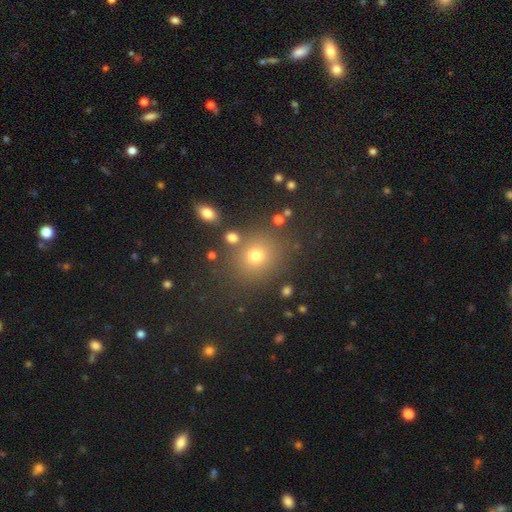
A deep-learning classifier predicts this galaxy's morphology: This is likely a smooth galaxy (70%). How rounded: likely round (77%). Merging: clearly none (81%).